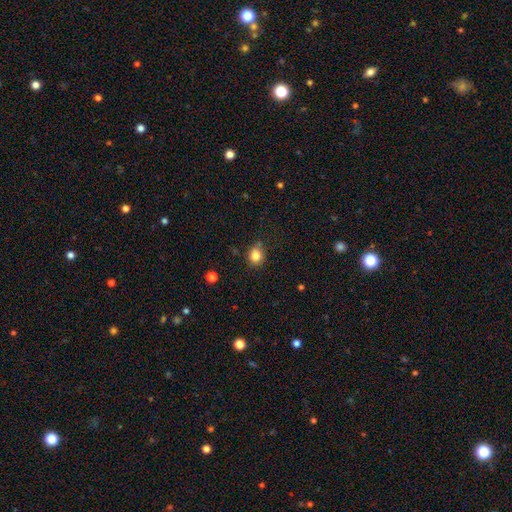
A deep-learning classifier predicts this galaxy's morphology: type=smooth (82%); roundness=round (71%); merging=none (72%).